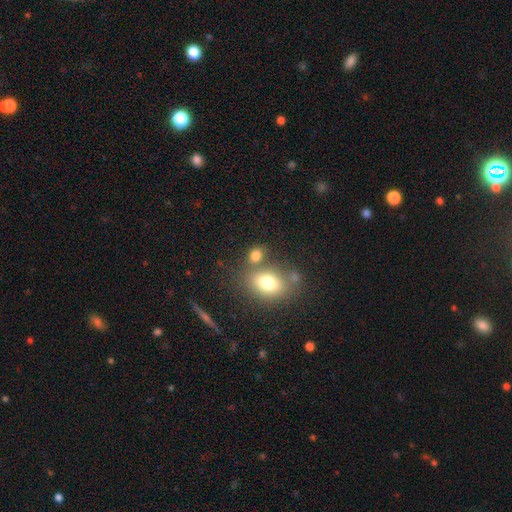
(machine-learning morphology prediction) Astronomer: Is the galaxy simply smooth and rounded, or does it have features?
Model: smooth — 78%.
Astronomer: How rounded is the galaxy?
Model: in between — 56% (runner-up: round, 42%).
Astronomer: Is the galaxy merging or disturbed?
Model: none — 58%.